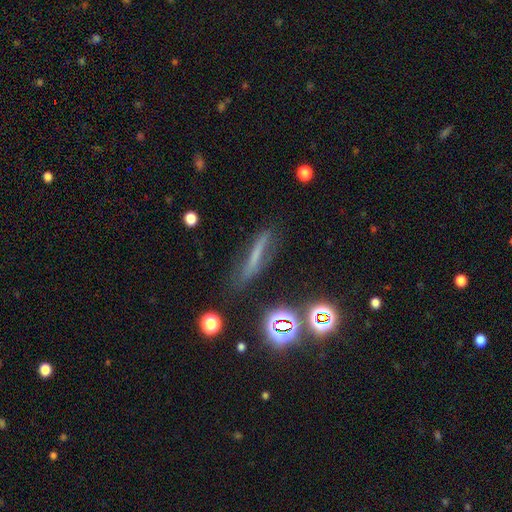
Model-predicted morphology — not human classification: Smooth or featured: smooth — 44% (featured or disk — 33%)
Merging: none — 70% (minor disturbance — 19%)